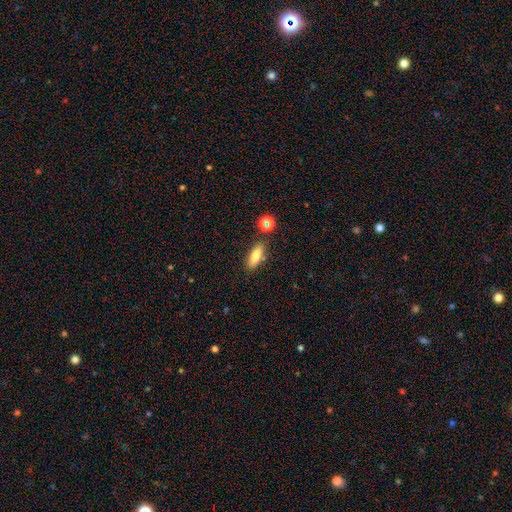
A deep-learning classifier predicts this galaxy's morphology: smooth-or-featured: smooth: 78% | featured or disk: 12% | star or artifact: 9%
  how-rounded: in between: 70% | cigar-shaped: 26% | round: 4%
  merging: none: 81% | minor disturbance: 11% | merger: 5% | major disturbance: 3%